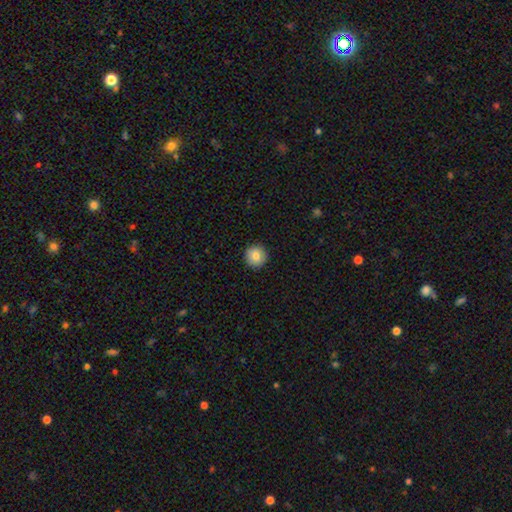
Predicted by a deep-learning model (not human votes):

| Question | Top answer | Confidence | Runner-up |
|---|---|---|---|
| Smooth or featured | smooth | 83% | featured or disk (9%) |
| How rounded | round | 95% | in between (4%) |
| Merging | none | 93% | minor disturbance (5%) |